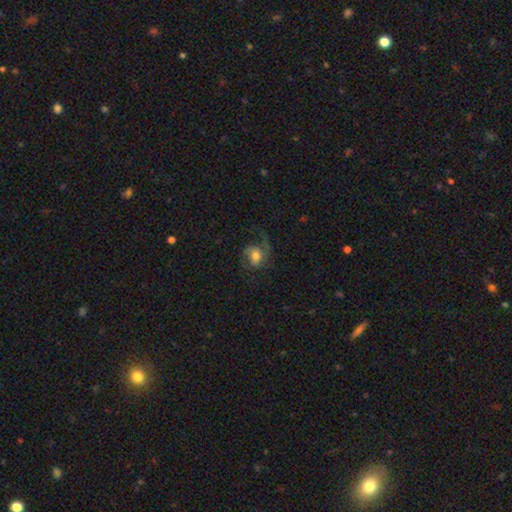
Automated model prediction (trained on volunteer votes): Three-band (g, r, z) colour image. It shows a featured or disk galaxy (64%) with no bar (55%), 2 (70%) loose (44%, tied with medium) spiral arms (89%) and a moderate central bulge (63%). Merging: none (55%).